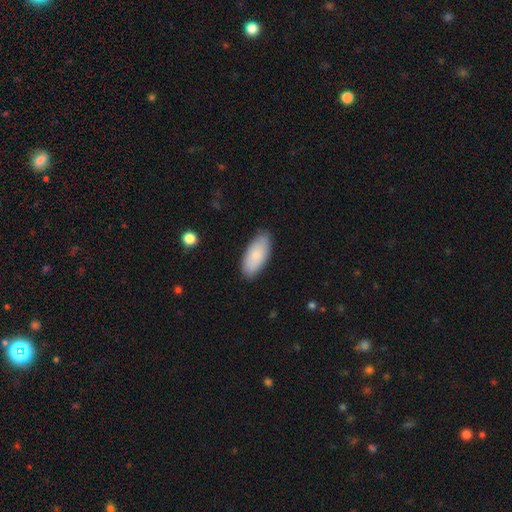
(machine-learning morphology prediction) A smooth galaxy with no disk features (84%) that is in between round and cigar-shaped (89%). Merging: none (84%).